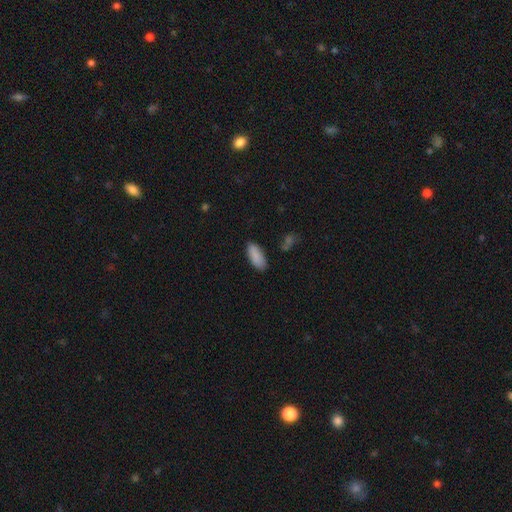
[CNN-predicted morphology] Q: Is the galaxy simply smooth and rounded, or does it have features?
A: smooth — 89%.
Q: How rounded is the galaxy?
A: in between — 82%.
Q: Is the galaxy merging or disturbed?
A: none — 85%.